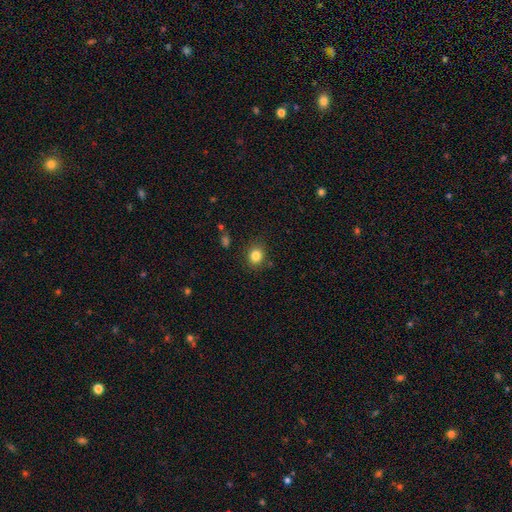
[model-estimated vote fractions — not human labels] Overall: smooth (83%). How rounded: round (73%). Merging: none (86%).